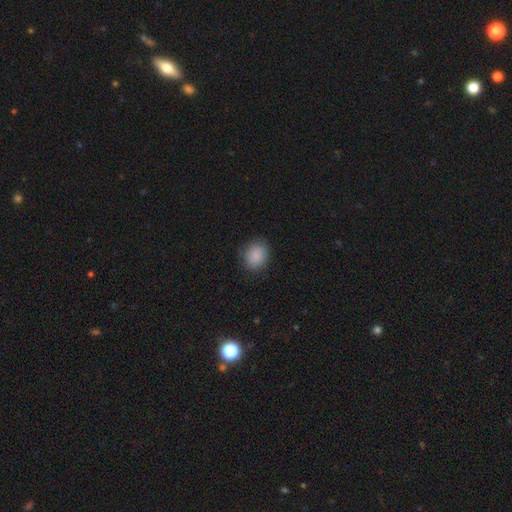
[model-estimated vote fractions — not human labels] Smooth or featured?
  - smooth: 87% *
  - star or artifact: 8%
  - featured or disk: 5%
How rounded?
  - round: 69% *
  - in between: 31%
  - cigar-shaped: 1%
Merging?
  - none: 83% *
  - minor disturbance: 13%
  - major disturbance: 4%
  - merger: 1%